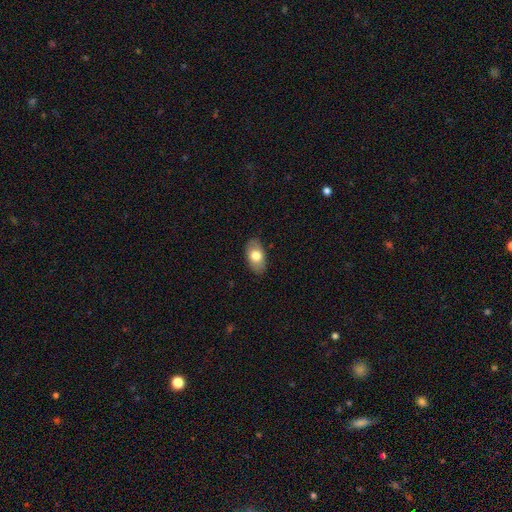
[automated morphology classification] Q: Smooth or featured?
A: smooth (72%); runner-up: featured or disk (22%)
Q: How rounded?
A: in between (92%); runner-up: round (6%)
Q: Merging?
A: none (85%); runner-up: minor disturbance (11%)